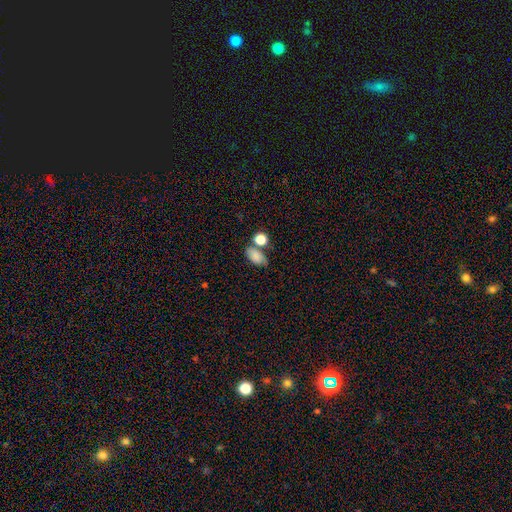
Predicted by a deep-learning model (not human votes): Smooth or featured?
  - smooth: 82% *
  - star or artifact: 9%
  - featured or disk: 8%
How rounded?
  - in between: 87% *
  - round: 11%
  - cigar-shaped: 2%
Merging?
  - none: 53% *
  - merger: 24%
  - minor disturbance: 17%
  - major disturbance: 6%